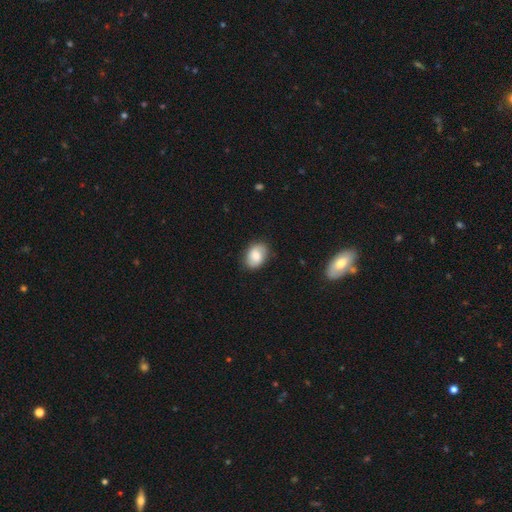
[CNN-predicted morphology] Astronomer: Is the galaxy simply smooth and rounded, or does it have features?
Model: smooth — 73%.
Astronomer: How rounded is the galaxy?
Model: in between — 77%.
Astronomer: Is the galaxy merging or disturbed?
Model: none — 79%.